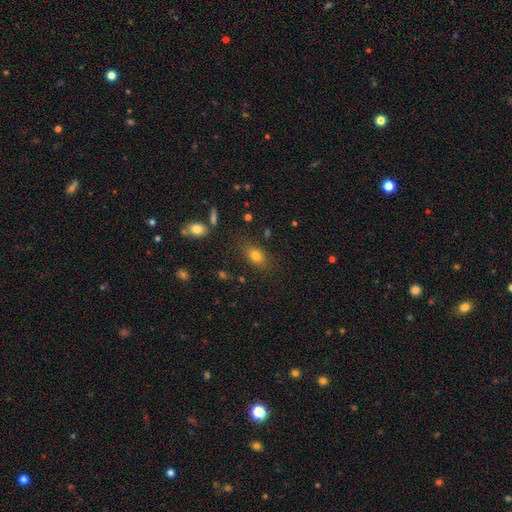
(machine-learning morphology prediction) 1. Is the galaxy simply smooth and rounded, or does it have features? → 78% smooth, 12% star or artifact, 10% featured or disk.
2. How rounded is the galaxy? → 78% in between, 19% round, 3% cigar-shaped.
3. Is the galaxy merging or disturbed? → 79% none, 13% minor disturbance, 5% major disturbance, 3% merger.